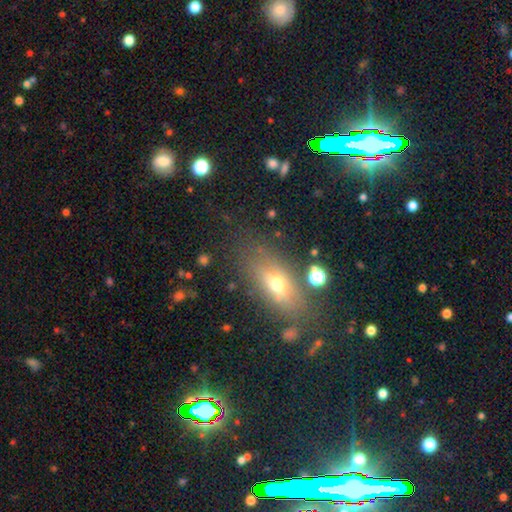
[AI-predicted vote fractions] The model was most divided on "smooth or featured": smooth: 47%, star or artifact: 30%, featured or disk: 22%. More confident: merging — none (79%).